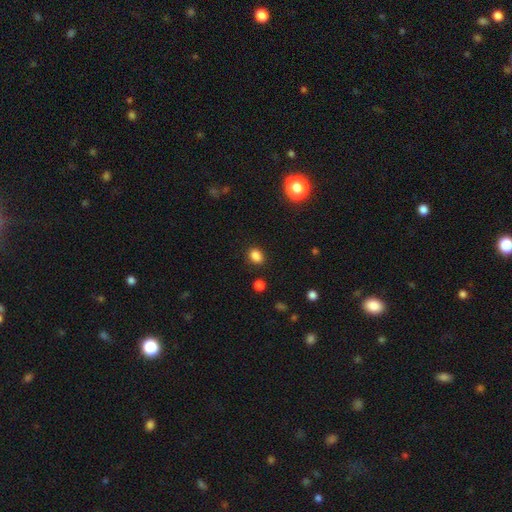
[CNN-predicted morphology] smooth_or_featured: smooth (p=0.84) [alt: star or artifact p=0.12]
how_rounded: in between (p=0.57) [alt: round p=0.42]
merging: none (p=0.82) [alt: minor disturbance p=0.12]